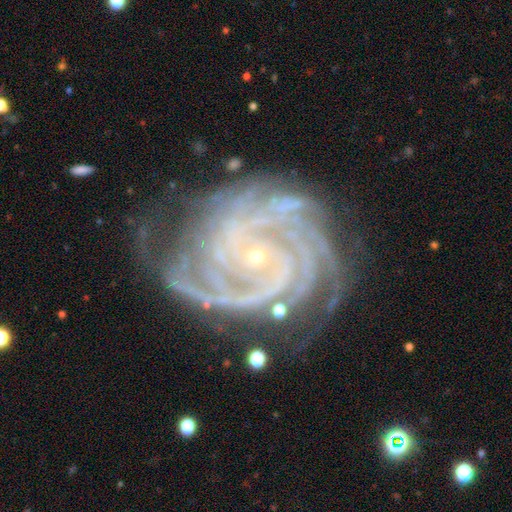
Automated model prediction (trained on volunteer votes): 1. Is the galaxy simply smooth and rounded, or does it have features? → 92% featured or disk, 5% star or artifact, 3% smooth.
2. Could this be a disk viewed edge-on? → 98% no, 2% yes.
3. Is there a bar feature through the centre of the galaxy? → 68% no, 21% weak, 11% strong.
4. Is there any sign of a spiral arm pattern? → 99% yes, 1% no.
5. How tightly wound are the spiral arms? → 78% tight, 19% medium, 3% loose.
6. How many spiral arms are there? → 28% 4, 18% 3, 18% more than 4, 14% can't tell, 13% 2, 9% 1.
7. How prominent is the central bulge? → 89% small, 7% moderate, 2% none, 1% large, 1% dominant.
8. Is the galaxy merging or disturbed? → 67% none, 21% minor disturbance, 9% major disturbance, 2% merger.